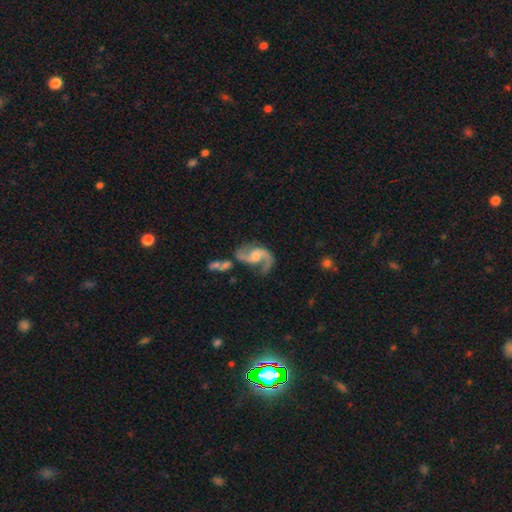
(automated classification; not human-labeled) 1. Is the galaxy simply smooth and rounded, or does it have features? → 90% featured or disk, 5% smooth, 5% star or artifact.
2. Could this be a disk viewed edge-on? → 98% no, 2% yes.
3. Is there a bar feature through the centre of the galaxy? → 49% no, 42% weak, 9% strong.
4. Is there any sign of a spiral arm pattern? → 97% yes, 3% no.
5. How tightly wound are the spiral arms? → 53% loose, 40% medium, 7% tight.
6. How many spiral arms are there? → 90% 2, 5% 1, 2% can't tell, 1% 3, 1% 4, 1% more than 4.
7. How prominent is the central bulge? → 33% moderate, 29% none, 22% small, 13% large, 2% dominant.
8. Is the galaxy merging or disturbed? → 54% none, 18% minor disturbance, 14% major disturbance, 14% merger.